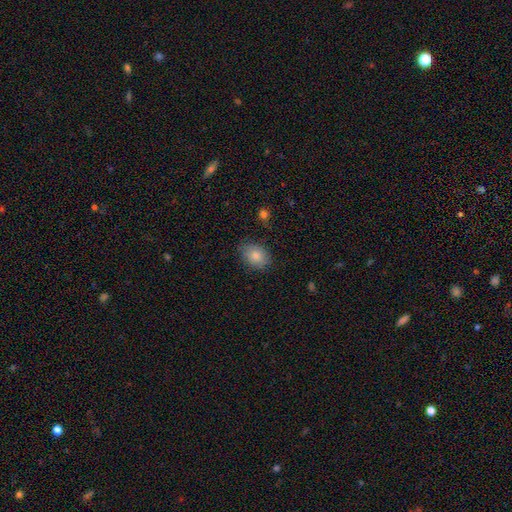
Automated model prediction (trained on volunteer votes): This is clearly a smooth galaxy (83%). How rounded: likely in between (61%). Merging: clearly none (80%).